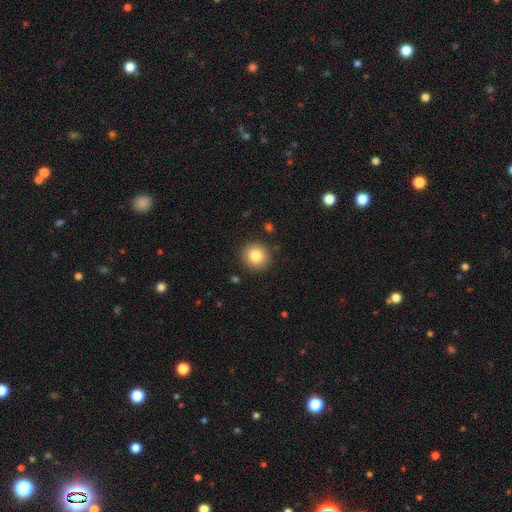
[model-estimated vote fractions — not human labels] Smooth or featured? smooth (84%)
How rounded? round (92%)
Merging? none (90%)